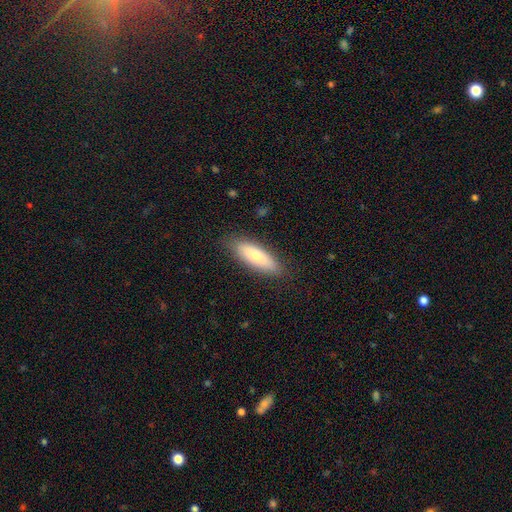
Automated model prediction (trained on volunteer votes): Overall: smooth (75%). How rounded: in between (55%; cigar-shaped 43%). Merging: none (84%).